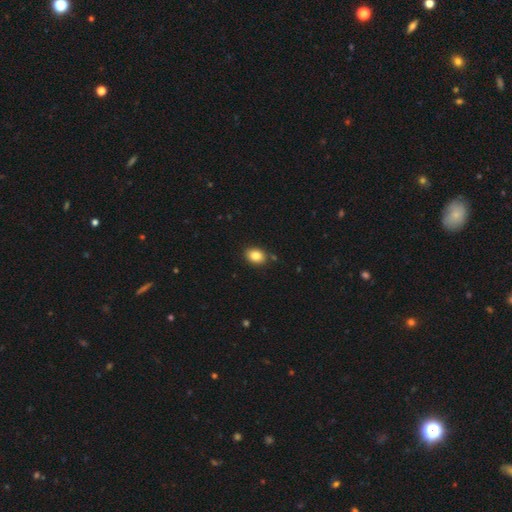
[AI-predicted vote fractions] This is clearly a smooth galaxy (85%). How rounded: likely in between (69%). Merging: clearly none (84%).